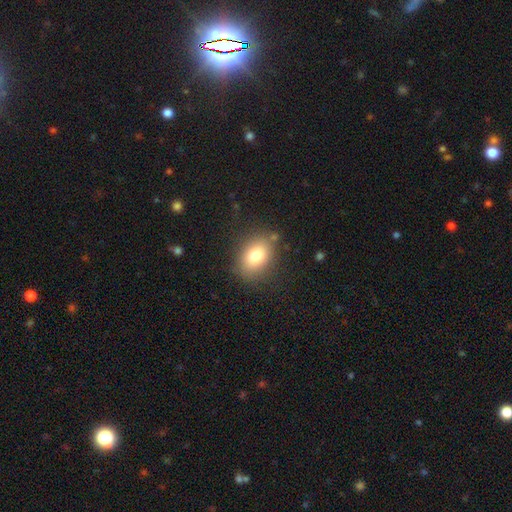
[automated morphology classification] The model was most divided on "how rounded": in between: 71%, round: 27%, cigar-shaped: 1%. More confident: merging — none (80%); smooth or featured — smooth (78%).